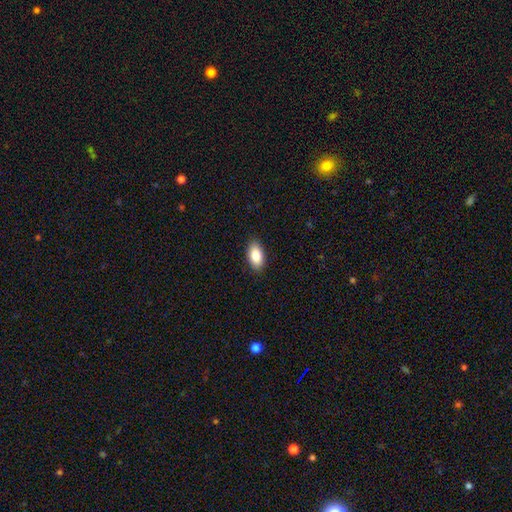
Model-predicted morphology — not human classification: Q: Smooth or featured?
A: smooth (86%); runner-up: featured or disk (7%)
Q: How rounded?
A: in between (93%); runner-up: round (4%)
Q: Merging?
A: none (89%); runner-up: minor disturbance (8%)